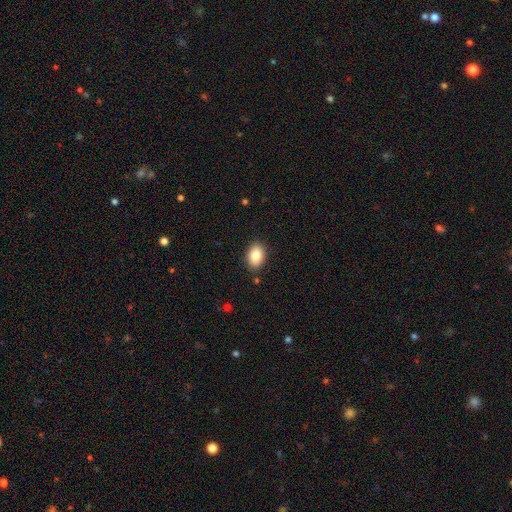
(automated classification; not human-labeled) A smooth galaxy with no disk features (83%) that is in between round and cigar-shaped (84%). Merging: none (88%).